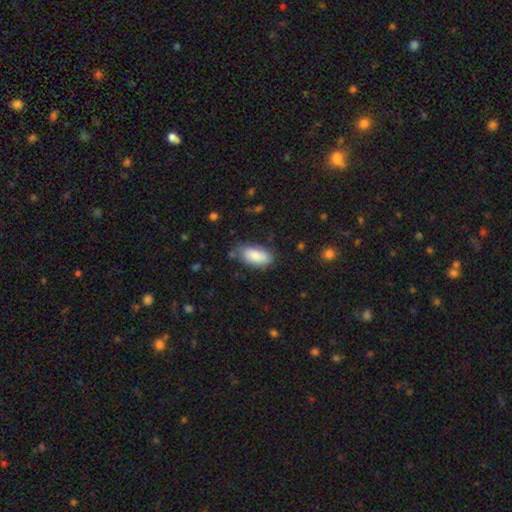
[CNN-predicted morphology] type=smooth (86%); roundness=in between (91%); merging=none (73%).